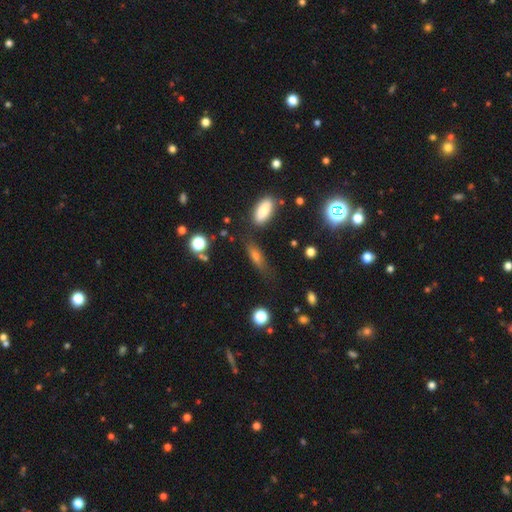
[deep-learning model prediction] Q: Smooth or featured?
A: smooth (60%); runner-up: featured or disk (23%)
Q: How rounded?
A: cigar-shaped (50%); runner-up: in between (44%)
Q: Merging?
A: none (68%); runner-up: minor disturbance (20%)